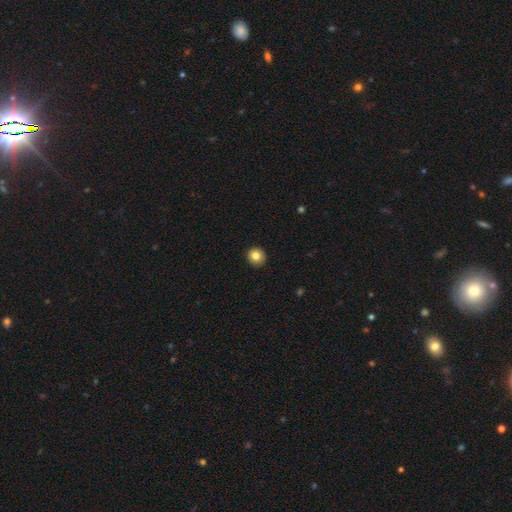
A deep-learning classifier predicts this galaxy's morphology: smooth-or-featured: smooth: 82% | star or artifact: 9% | featured or disk: 9%
  how-rounded: round: 90% | in between: 9% | cigar-shaped: 1%
  merging: none: 92% | minor disturbance: 6% | major disturbance: 2% | merger: 1%